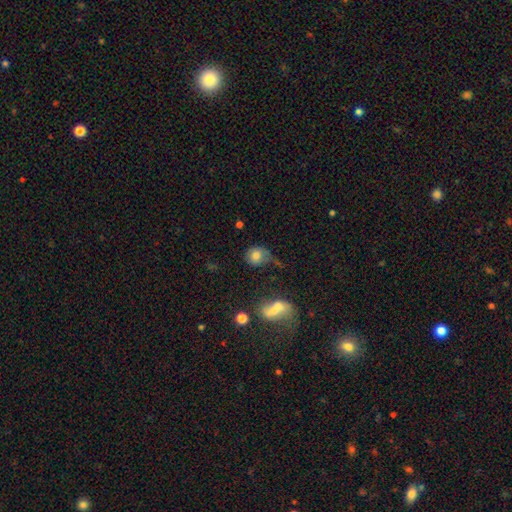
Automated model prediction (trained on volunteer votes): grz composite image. It shows a smooth galaxy with no disk features (73%) that is round (71%). Merging: none (39%).